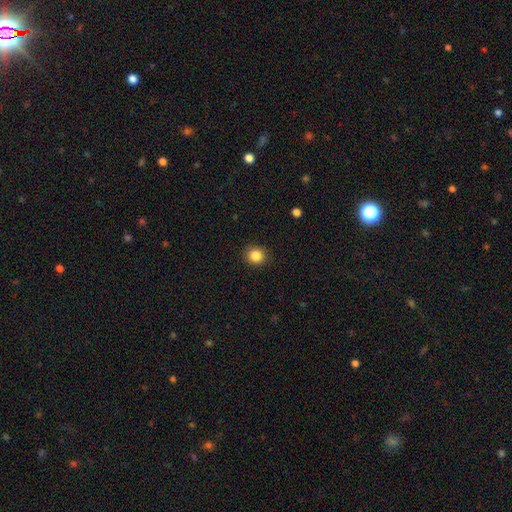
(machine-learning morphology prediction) A smooth galaxy with no disk features (86%) that is round (83%). Merging: none (90%).